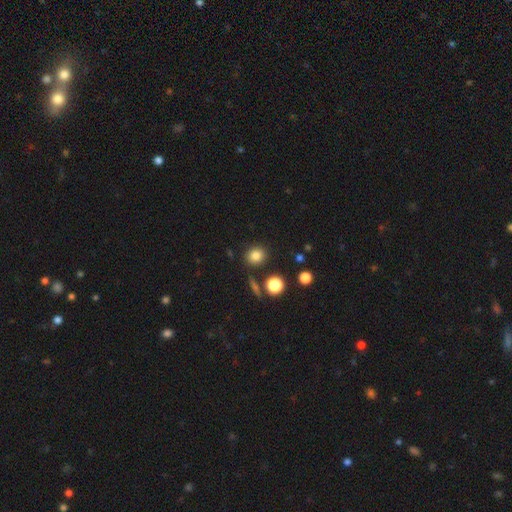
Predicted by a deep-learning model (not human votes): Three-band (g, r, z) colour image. It shows a smooth galaxy with no disk features (82%) that is round (79%). Merging: none (85%).